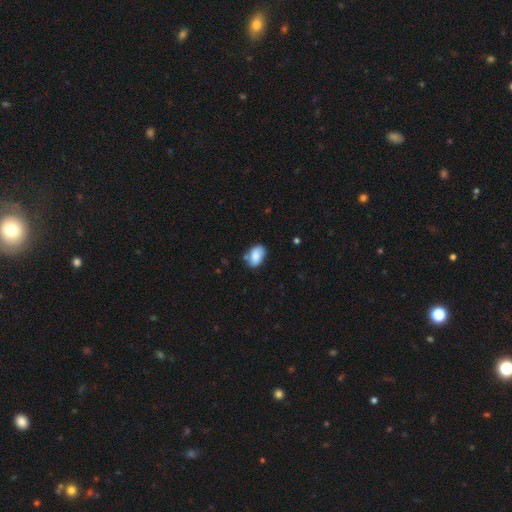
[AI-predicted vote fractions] Smooth or featured: smooth — 79% (featured or disk — 13%)
How rounded: in between — 87% (round — 12%)
Merging: none — 60% (minor disturbance — 26%)